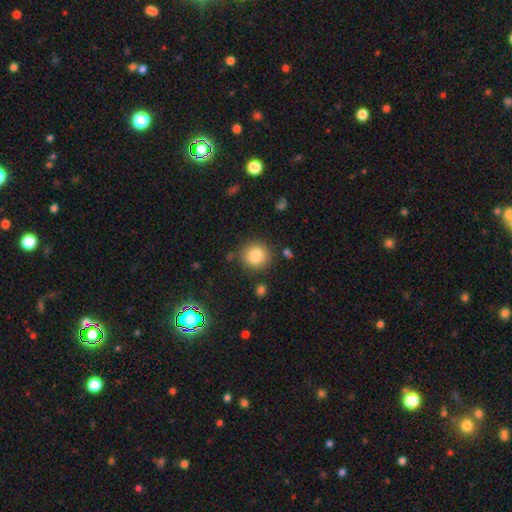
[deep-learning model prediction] This is clearly a smooth galaxy (84%). How rounded: clearly round (92%). Merging: clearly none (86%).